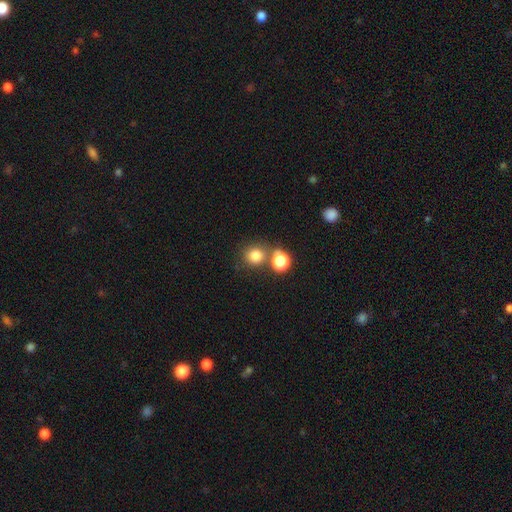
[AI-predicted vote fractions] Morphology: type=smooth (79%); roundness=round (87%); merging=none (66%).